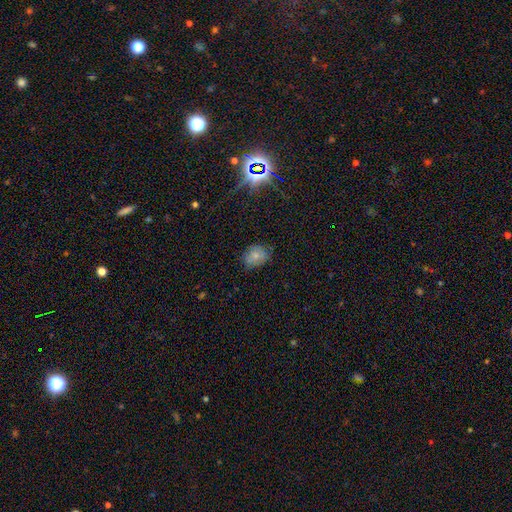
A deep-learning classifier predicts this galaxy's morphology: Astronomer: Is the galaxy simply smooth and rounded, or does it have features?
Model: smooth — 73%.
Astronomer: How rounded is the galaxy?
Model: in between — 55% (runner-up: round, 44%).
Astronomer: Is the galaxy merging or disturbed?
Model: none — 70%.